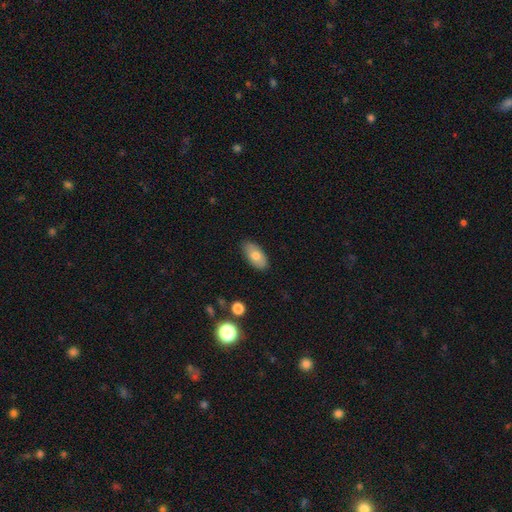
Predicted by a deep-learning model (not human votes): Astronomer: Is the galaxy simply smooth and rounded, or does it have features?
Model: smooth — 75%.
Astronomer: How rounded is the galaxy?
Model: in between — 93%.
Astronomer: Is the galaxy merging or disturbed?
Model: none — 85%.